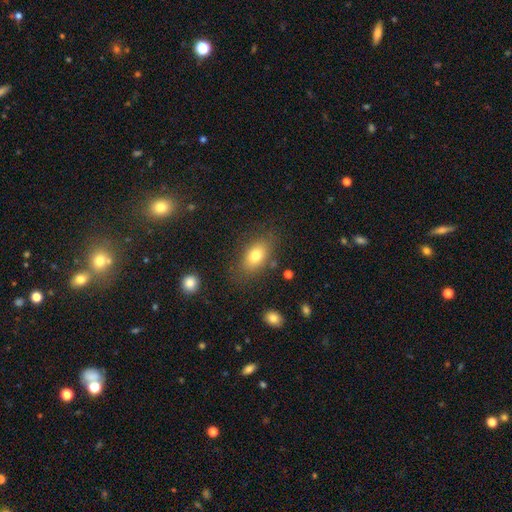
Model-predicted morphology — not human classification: The model was most divided on "smooth or featured": smooth: 76%, featured or disk: 14%, star or artifact: 10%. More confident: how rounded — in between (84%); merging — none (78%).